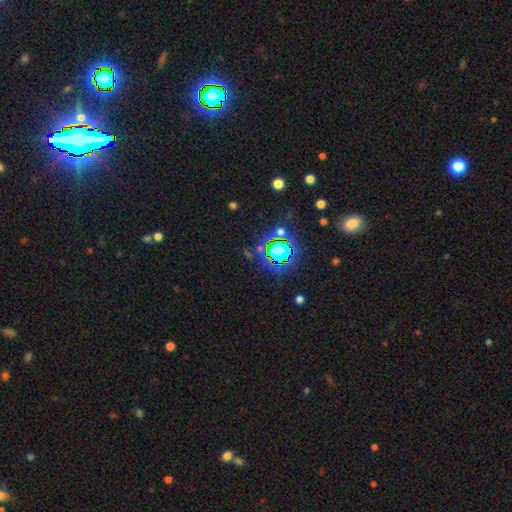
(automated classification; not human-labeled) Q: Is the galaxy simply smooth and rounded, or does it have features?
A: star or artifact — 83%.